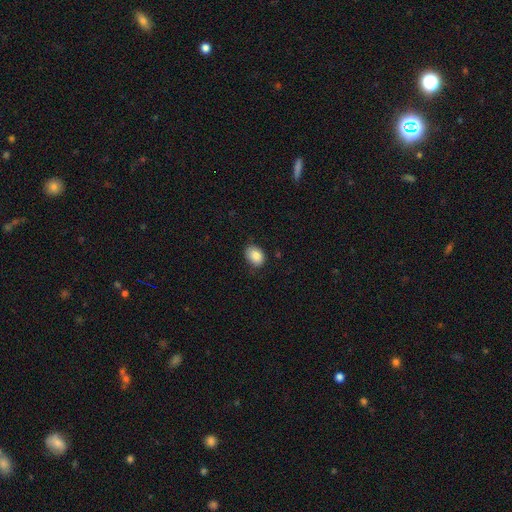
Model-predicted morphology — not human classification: A smooth galaxy with no disk features (87%) that is in between round and cigar-shaped (76%). Merging: none (77%).